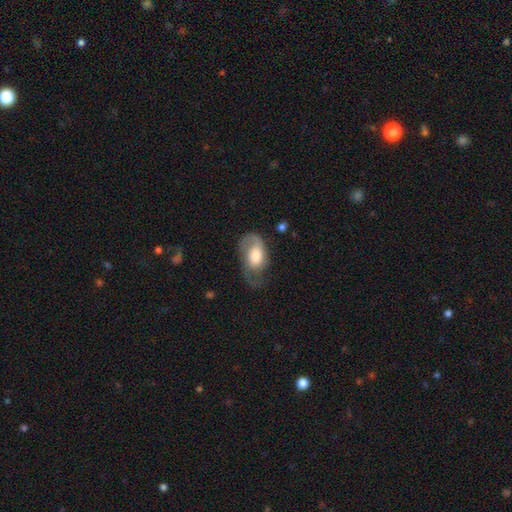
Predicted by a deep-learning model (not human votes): featured or disk 60%, smooth 34%, star or artifact 6%. Down the decision tree: edge-on disk — no (96%); bar — no (65%); spiral arms — yes (86%); bulge size — moderate (49%); merging — none (40%).